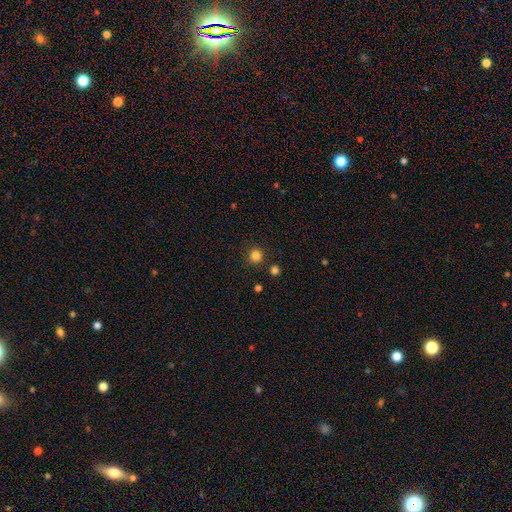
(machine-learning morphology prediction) Q: Smooth or featured?
A: smooth (83%); runner-up: star or artifact (13%)
Q: How rounded?
A: round (95%); runner-up: in between (4%)
Q: Merging?
A: none (87%); runner-up: minor disturbance (6%)